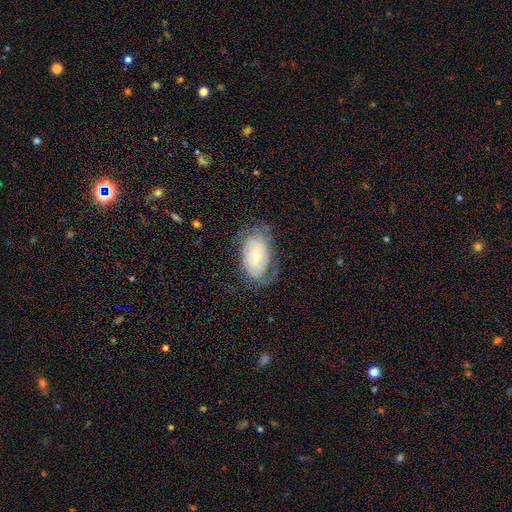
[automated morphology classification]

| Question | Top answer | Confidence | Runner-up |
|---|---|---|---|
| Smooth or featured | featured or disk | 72% | smooth (21%) |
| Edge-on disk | no | 95% | yes (5%) |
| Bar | no | 55% | weak (35%) |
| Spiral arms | yes | 84% | no (16%) |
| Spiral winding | tight | 58% | medium (28%) |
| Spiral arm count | can't tell | 43% | 2 (36%) |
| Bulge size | moderate | 53% | small (42%) |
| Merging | none | 62% | minor disturbance (23%) |